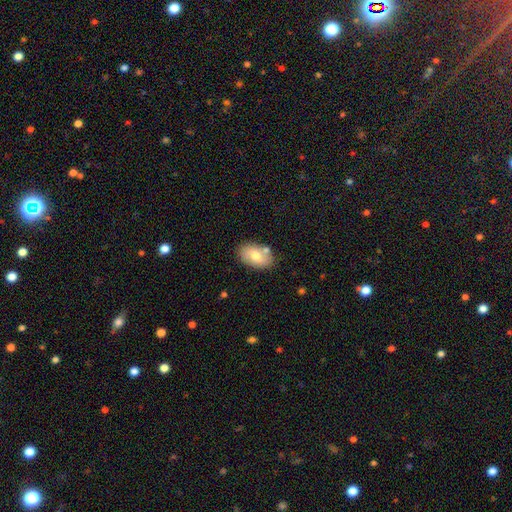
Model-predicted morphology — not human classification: Smooth or featured? smooth (69%)
How rounded? in between (90%)
Merging? none (76%)